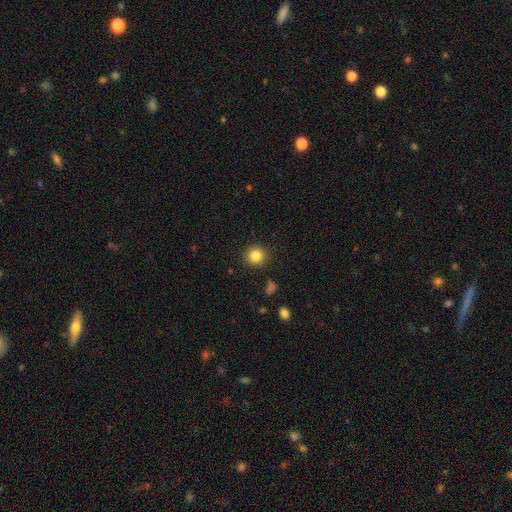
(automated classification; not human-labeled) This is clearly a smooth galaxy (84%). How rounded: clearly round (93%). Merging: clearly none (90%).